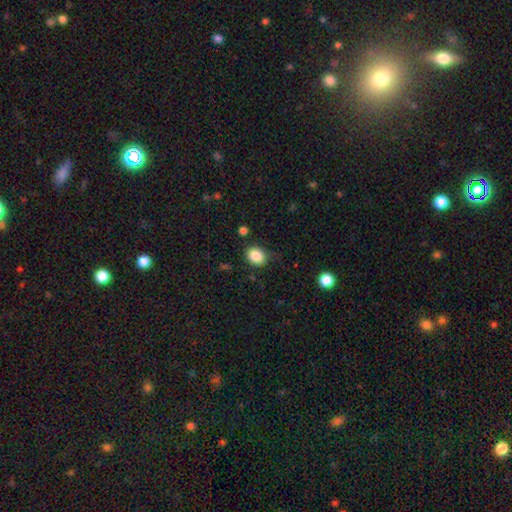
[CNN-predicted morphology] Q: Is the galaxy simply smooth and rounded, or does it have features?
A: smooth — 86%.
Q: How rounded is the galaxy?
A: in between — 55%.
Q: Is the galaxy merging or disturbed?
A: none — 78%.